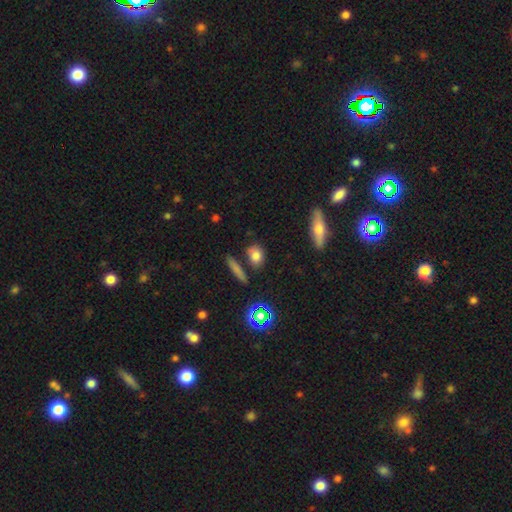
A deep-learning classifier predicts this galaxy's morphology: This appears to be a smooth galaxy with no disk features (78%) that is in between round and cigar-shaped (54%). Merging: none (76%).